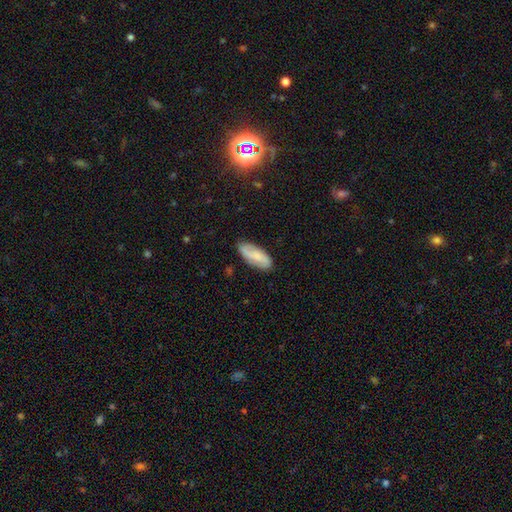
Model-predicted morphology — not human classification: Q: Smooth or featured?
A: smooth (54%); runner-up: featured or disk (39%)
Q: How rounded?
A: in between (78%); runner-up: cigar-shaped (20%)
Q: Merging?
A: none (81%); runner-up: minor disturbance (14%)